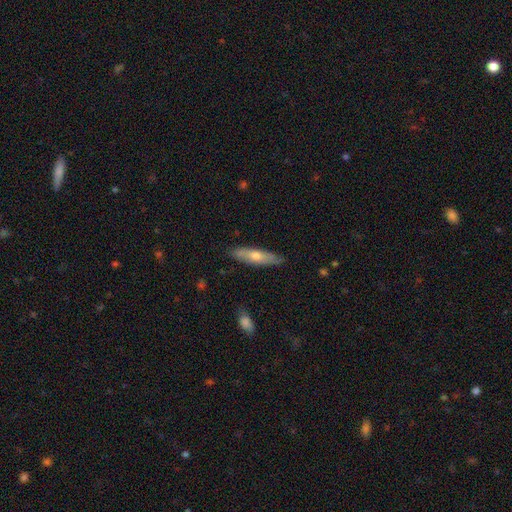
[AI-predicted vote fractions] This appears to be a smooth galaxy with no disk features (54%) that is cigar-shaped (71%). Merging: none (85%).